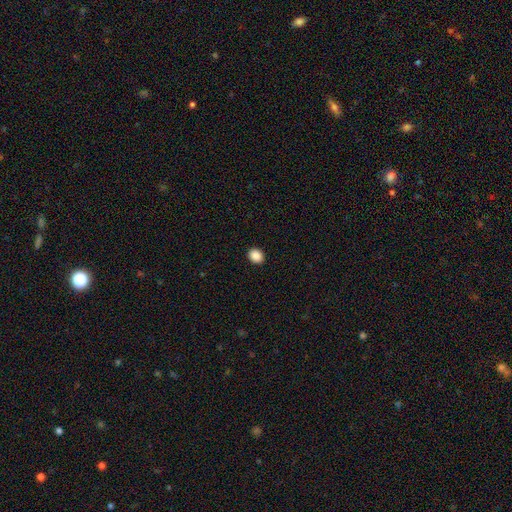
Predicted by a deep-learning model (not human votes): Overall: smooth (89%). How rounded: round (58%; in between 41%). Merging: none (92%).